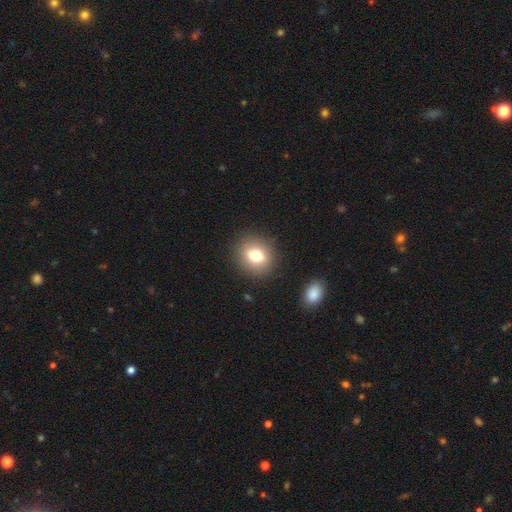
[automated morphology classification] Smooth or featured: smooth — 77% (featured or disk — 13%)
How rounded: round — 57% (in between — 41%)
Merging: none — 87% (minor disturbance — 8%)